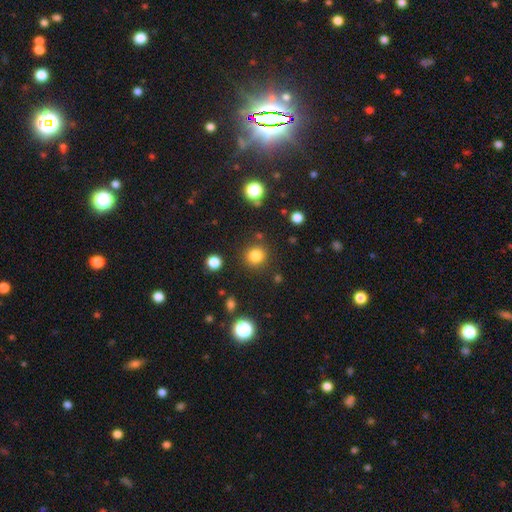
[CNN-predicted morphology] Smooth or featured? Predicted: smooth (p=0.82). How rounded? Predicted: round (p=0.91). Merging? Predicted: none (p=0.86).